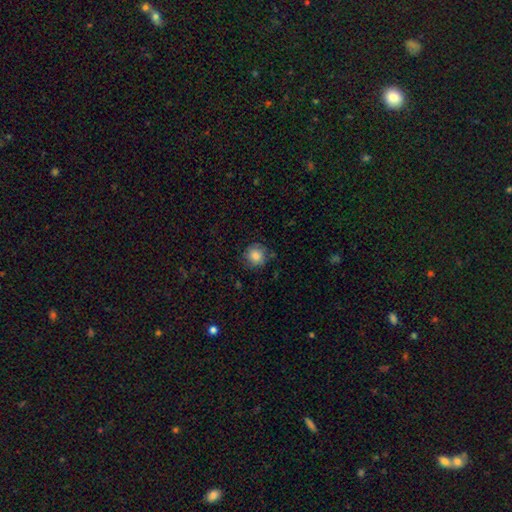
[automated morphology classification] smooth_or_featured: smooth (p=0.83) [alt: featured or disk p=0.09]
how_rounded: round (p=0.91) [alt: in between p=0.08]
merging: none (p=0.79) [alt: minor disturbance p=0.16]